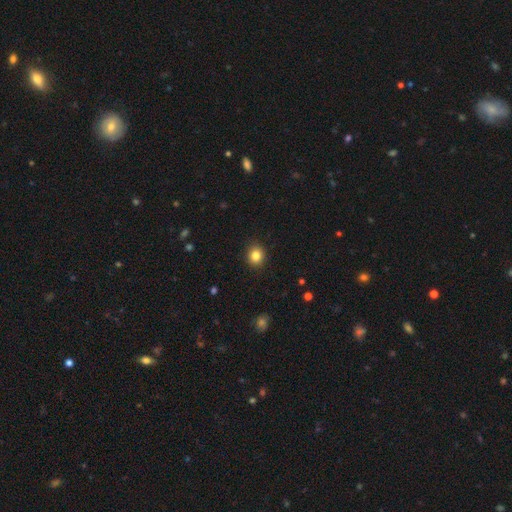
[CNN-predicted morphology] smooth_or_featured: smooth (p=0.84) [alt: star or artifact p=0.11]
how_rounded: round (p=0.78) [alt: in between p=0.21]
merging: none (p=0.90) [alt: minor disturbance p=0.07]